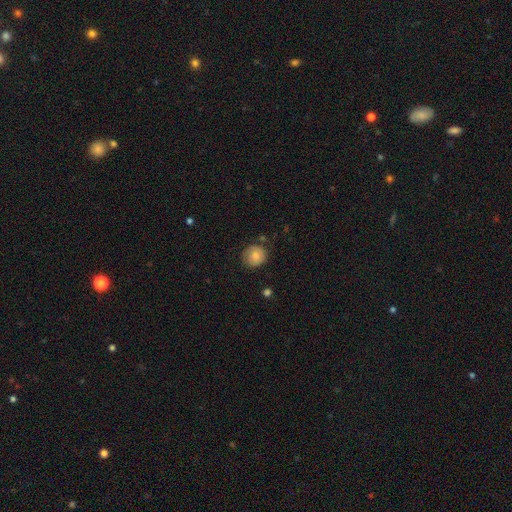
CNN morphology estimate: This appears to be a smooth galaxy with no disk features (80%) that is round (88%). Merging: none (77%).